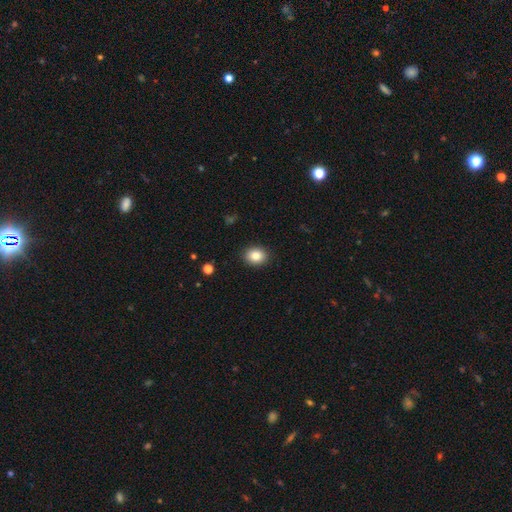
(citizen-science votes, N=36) smooth_or_featured: smooth (p=0.89) [alt: featured or disk p=0.08]
how_rounded: round (p=0.69) [alt: in between p=0.31]
merging: none (p=0.94) [alt: minor disturbance p=0.03]